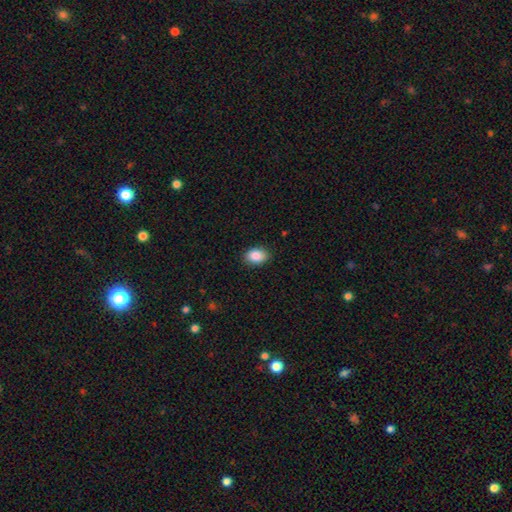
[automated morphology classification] smooth-or-featured: smooth: 88% | star or artifact: 7% | featured or disk: 4%
  how-rounded: in between: 80% | round: 19% | cigar-shaped: 1%
  merging: none: 89% | minor disturbance: 8% | major disturbance: 2% | merger: 1%